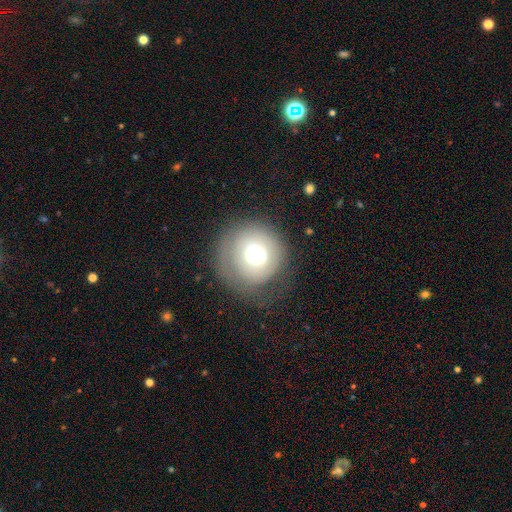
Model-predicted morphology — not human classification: Overall: smooth (61%; featured or disk 26%). How rounded: round (92%). Merging: none (55%; major disturbance 21%).